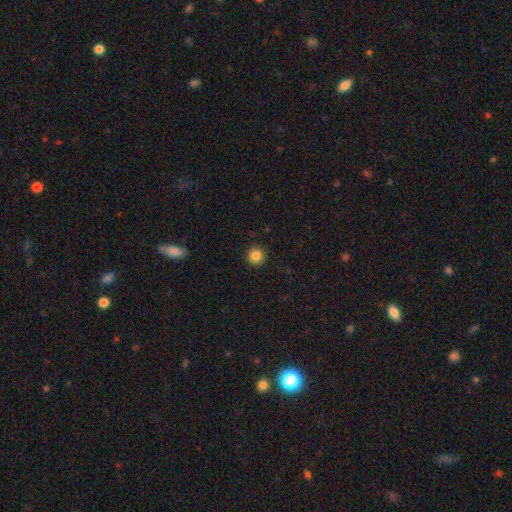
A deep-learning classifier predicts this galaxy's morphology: This is clearly a smooth galaxy (85%). How rounded: clearly round (95%). Merging: clearly none (92%).